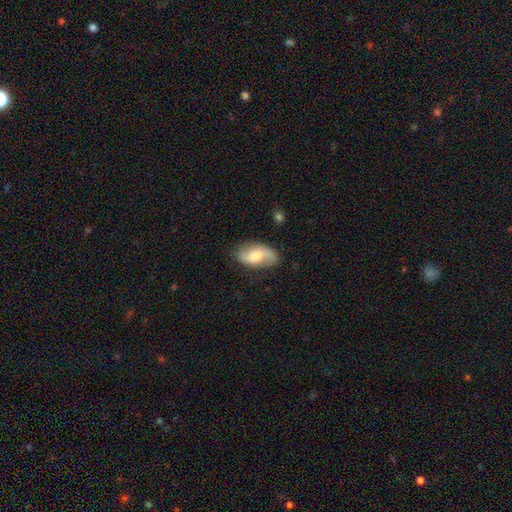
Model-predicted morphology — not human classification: The model was most divided on "smooth or featured": featured or disk: 53%, smooth: 41%, star or artifact: 7%. More confident: edge-on disk — no (95%); spiral arms — yes (89%); merging — none (75%); bar — no (53%); bulge size — moderate (51%).